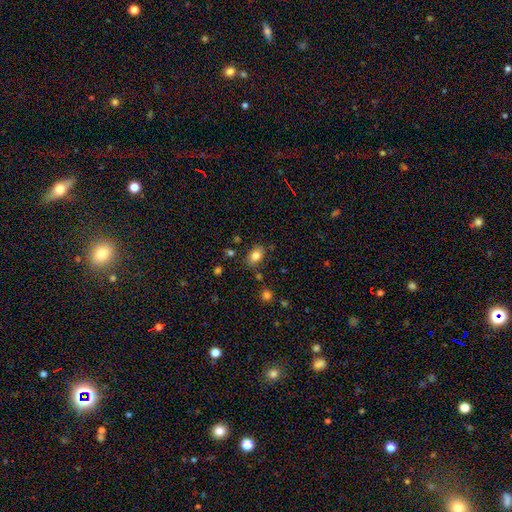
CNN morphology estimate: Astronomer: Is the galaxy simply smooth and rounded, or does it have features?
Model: smooth — 82%.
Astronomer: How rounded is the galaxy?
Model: in between — 75%.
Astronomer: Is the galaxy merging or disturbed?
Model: none — 77%.